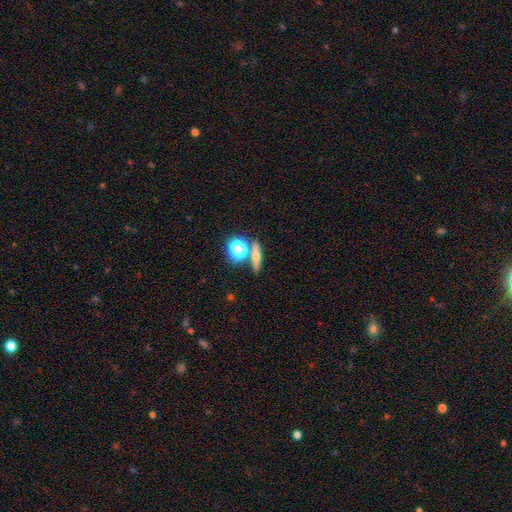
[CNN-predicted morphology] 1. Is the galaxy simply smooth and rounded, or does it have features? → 48% smooth, 36% featured or disk, 16% star or artifact.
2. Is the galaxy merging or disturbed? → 74% none, 15% merger, 8% minor disturbance, 3% major disturbance.